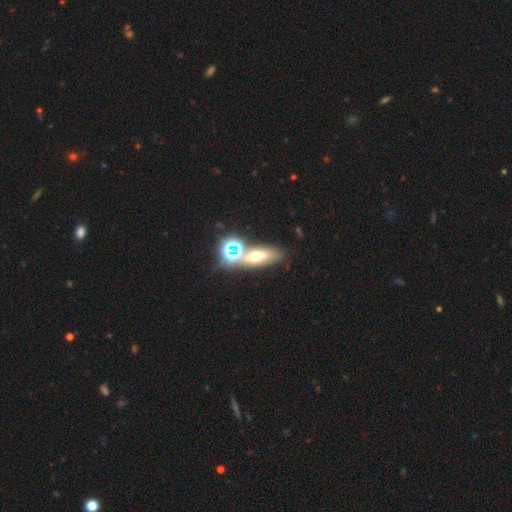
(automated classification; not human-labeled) A star or artifact, not a galaxy (40%).

Vote fractions:
- Smooth or featured? star or artifact: 40% / smooth: 38% / featured or disk: 22%